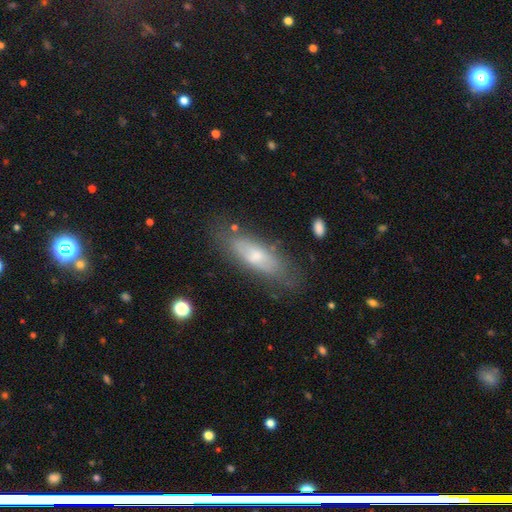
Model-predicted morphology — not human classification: smooth 50%, featured or disk 42%, star or artifact 7%. Down the decision tree: how rounded — in between (54%); merging — none (72%).